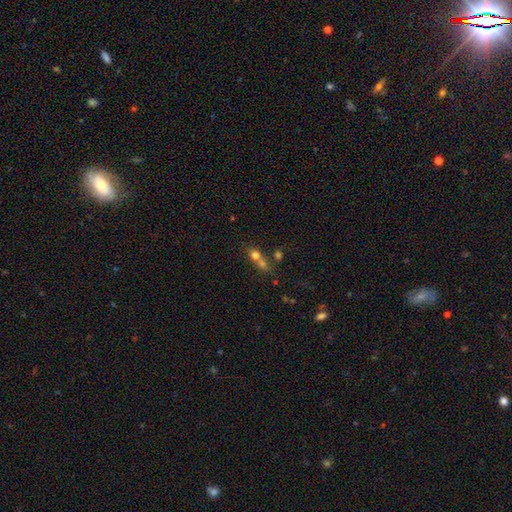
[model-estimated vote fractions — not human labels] Smooth or featured? smooth (68%)
How rounded? round (63%)
Merging? merger (63%)